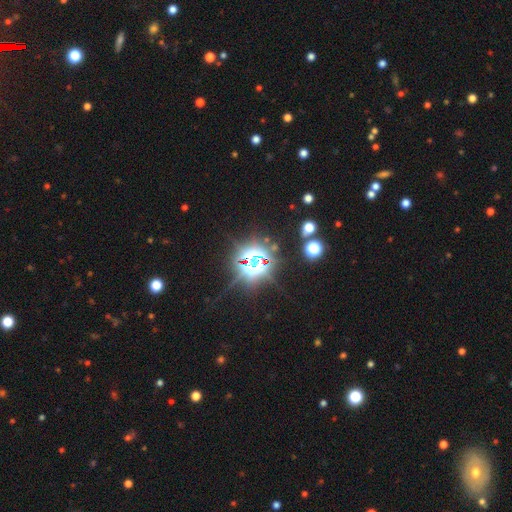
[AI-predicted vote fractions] Smooth or featured: star or artifact — 84% (smooth — 10%)